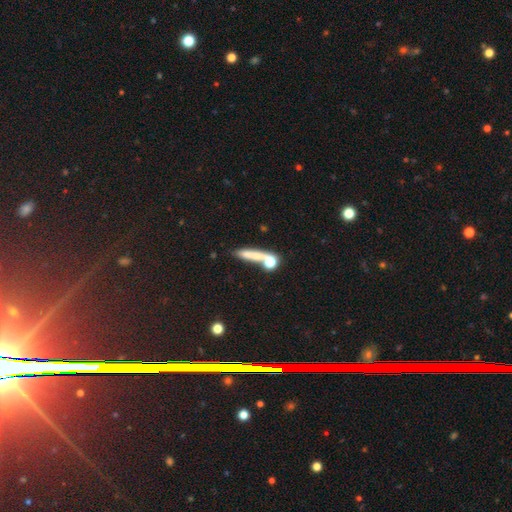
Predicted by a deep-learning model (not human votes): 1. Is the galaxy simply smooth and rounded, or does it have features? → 62% smooth, 25% featured or disk, 12% star or artifact.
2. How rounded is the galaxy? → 70% cigar-shaped, 16% in between, 15% round.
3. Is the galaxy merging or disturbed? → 52% none, 24% merger, 14% minor disturbance, 10% major disturbance.